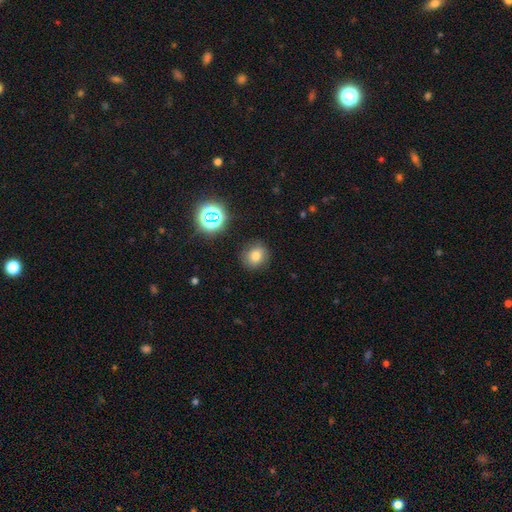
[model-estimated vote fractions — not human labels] Overall: smooth (76%). How rounded: round (81%). Merging: none (85%).